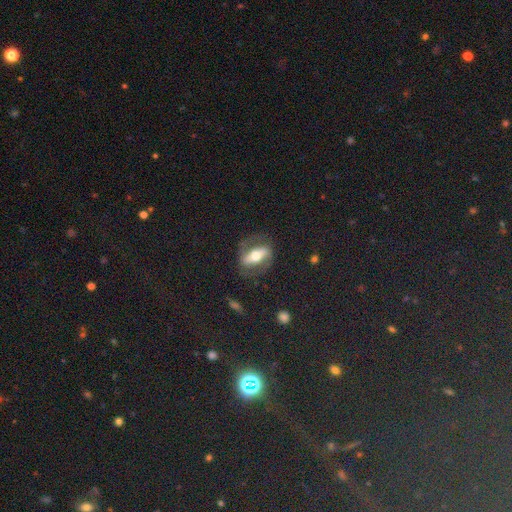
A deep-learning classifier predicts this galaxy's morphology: A featured or disk galaxy (68%) with a strong bar (66%), spiral arms (66%) and a moderate central bulge (61%). Merging: none (72%).